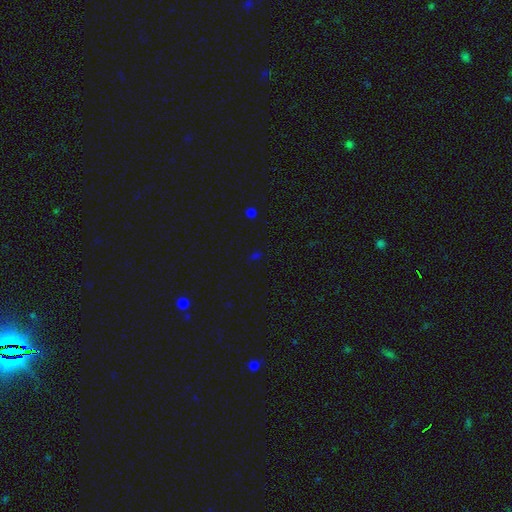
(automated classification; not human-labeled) Smooth or featured? Predicted: star or artifact (p=0.58).